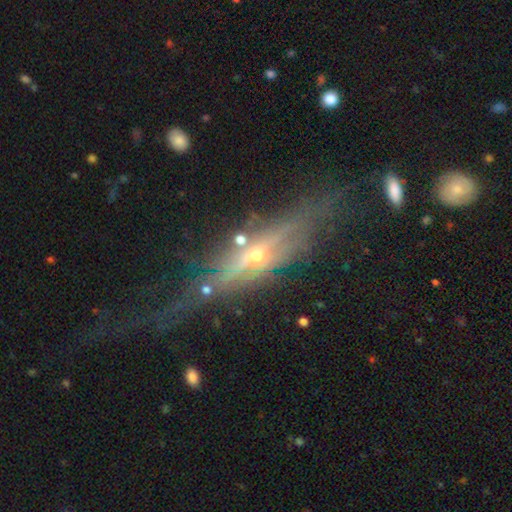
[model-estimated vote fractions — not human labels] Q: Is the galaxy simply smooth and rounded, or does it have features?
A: featured or disk — 78%.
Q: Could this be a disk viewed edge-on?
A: yes — 89%.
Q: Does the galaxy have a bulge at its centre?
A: rounded — 88%.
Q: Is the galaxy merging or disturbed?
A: none — 64%.